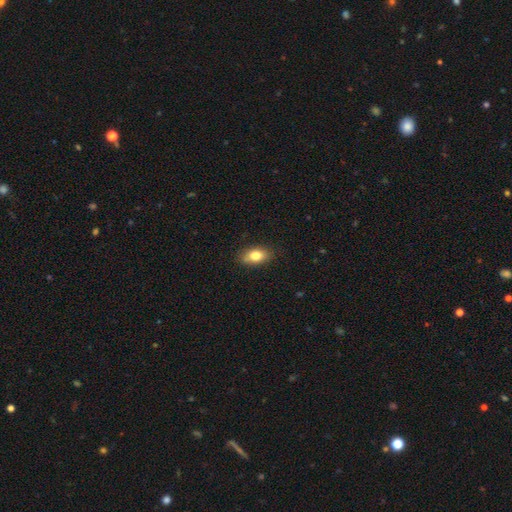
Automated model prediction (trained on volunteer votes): Smooth or featured?
  - smooth: 80% *
  - featured or disk: 12%
  - star or artifact: 8%
How rounded?
  - in between: 86% *
  - round: 10%
  - cigar-shaped: 5%
Merging?
  - none: 86% *
  - minor disturbance: 11%
  - major disturbance: 2%
  - merger: 1%